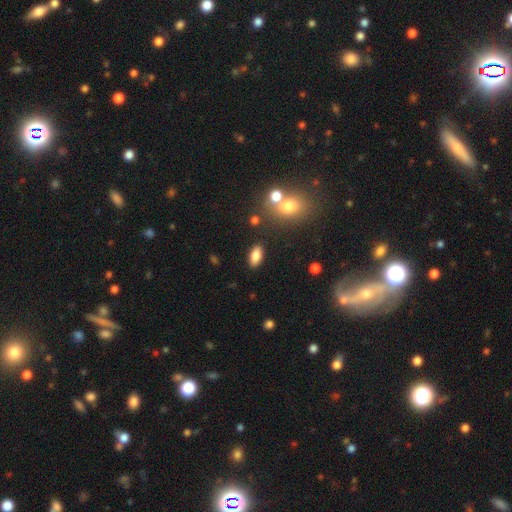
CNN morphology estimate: Overall: smooth (83%). How rounded: in between (89%). Merging: none (87%).